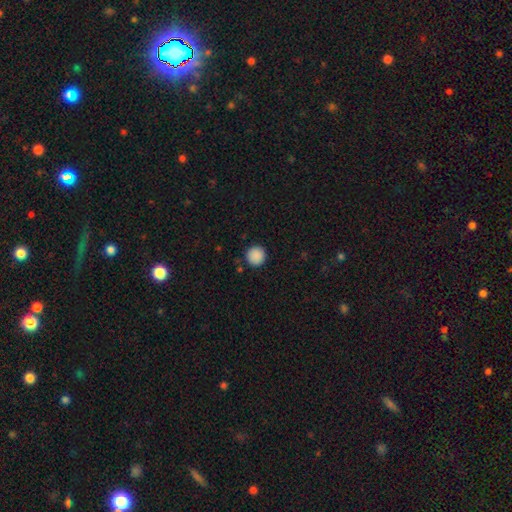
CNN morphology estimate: Smooth or featured? Predicted: smooth (p=0.89). How rounded? Predicted: round (p=0.94). Merging? Predicted: none (p=0.90).